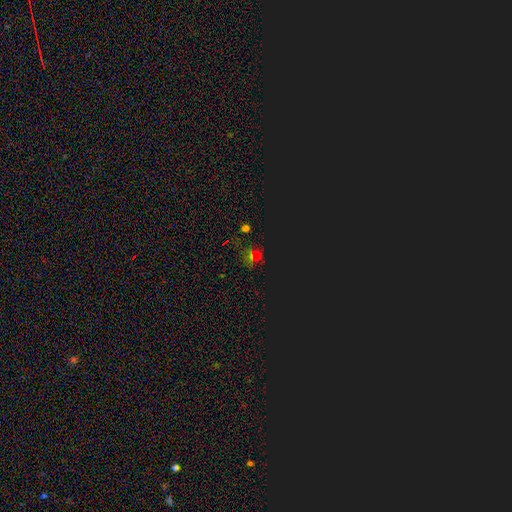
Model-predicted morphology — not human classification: type=star or artifact (63%).